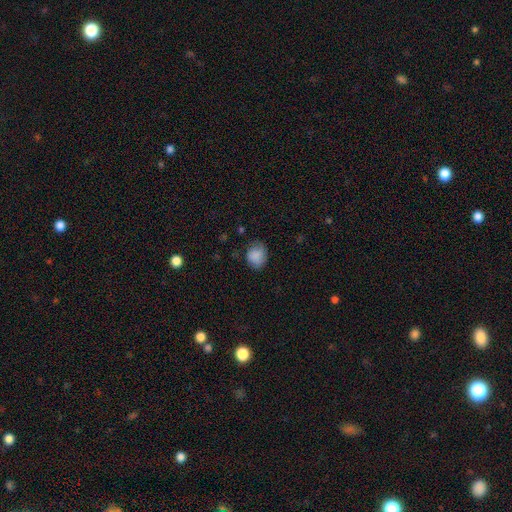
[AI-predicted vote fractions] A smooth galaxy with no disk features (85%) that is round (63%). Merging: none (70%).